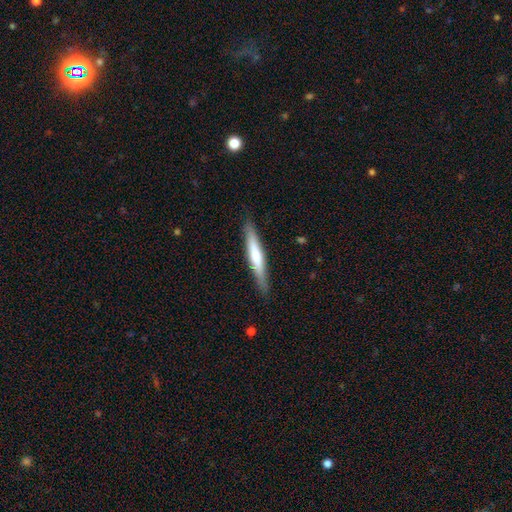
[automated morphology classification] This is possibly a smooth galaxy (47%, tied with featured or disk). Merging: clearly none (87%).